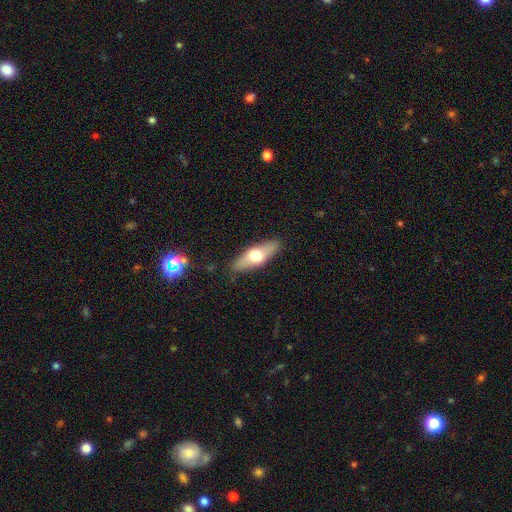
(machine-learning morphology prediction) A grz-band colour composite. It shows a smooth galaxy with no disk features (51%) that is in between round and cigar-shaped (53%). Merging: none (87%).